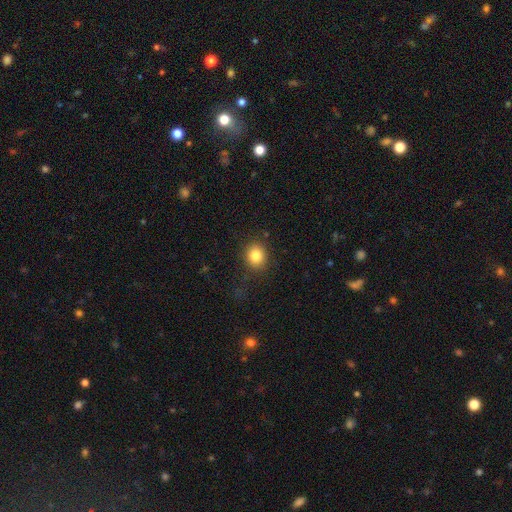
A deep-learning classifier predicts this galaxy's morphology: Smooth or featured: smooth — 83% (star or artifact — 11%)
How rounded: round — 74% (in between — 25%)
Merging: none — 84% (minor disturbance — 10%)